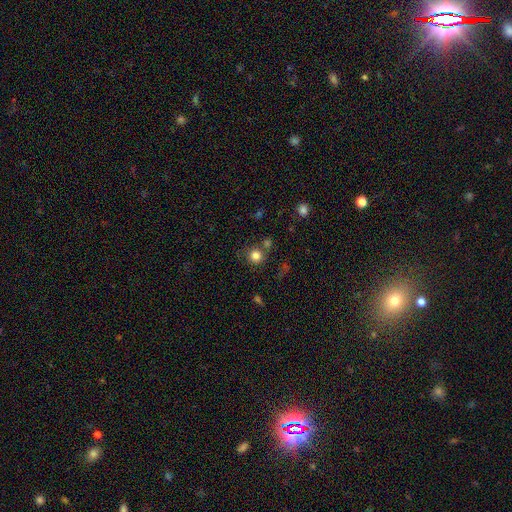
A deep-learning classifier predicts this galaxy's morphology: Smooth or featured: smooth — 82% (star or artifact — 12%)
How rounded: round — 92% (in between — 7%)
Merging: none — 74% (merger — 12%)